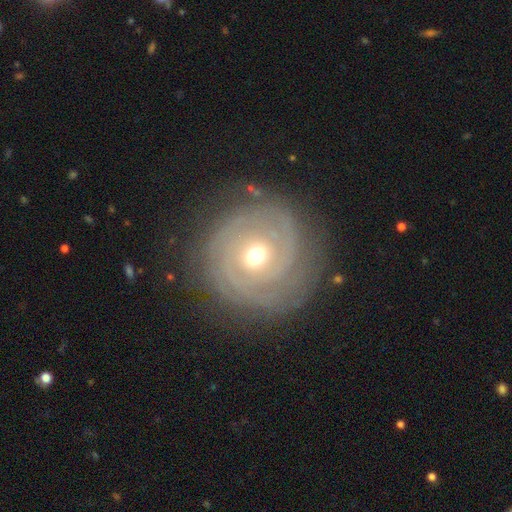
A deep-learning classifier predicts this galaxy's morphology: featured or disk 81%, smooth 13%, star or artifact 6%. Down the decision tree: edge-on disk — no (97%); bar — no (62%); spiral arms — yes (91%); spiral arm count — can't tell (35%); spiral winding — tight (80%); bulge size — moderate (64%); merging — none (78%).